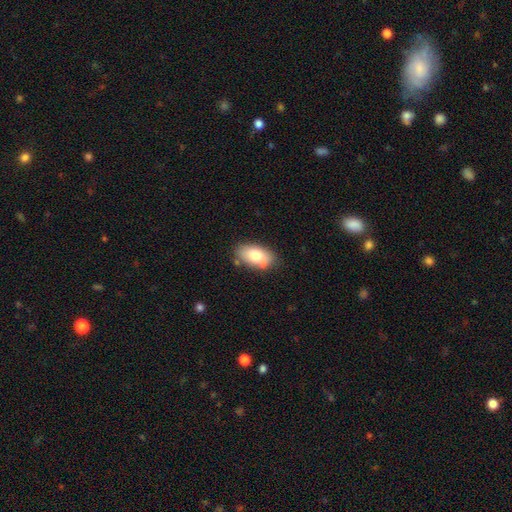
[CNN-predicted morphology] This is likely a smooth galaxy (74%). How rounded: clearly in between (92%). Merging: likely none (65%).